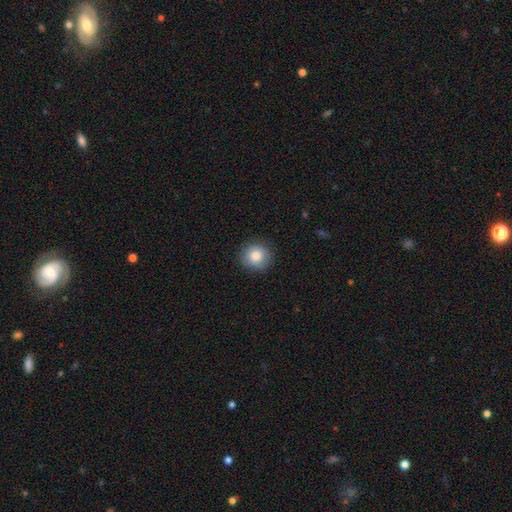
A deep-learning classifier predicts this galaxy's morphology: The model was most divided on "smooth or featured": smooth: 84%, star or artifact: 9%, featured or disk: 7%. More confident: how rounded — round (91%); merging — none (89%).